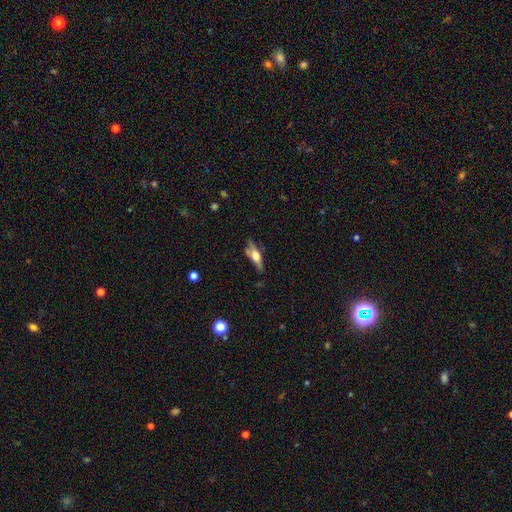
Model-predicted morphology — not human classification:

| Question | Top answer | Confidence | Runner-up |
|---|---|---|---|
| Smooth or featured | featured or disk | 55% | smooth (38%) |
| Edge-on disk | yes | 88% | no (12%) |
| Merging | none | 63% | minor disturbance (23%) |